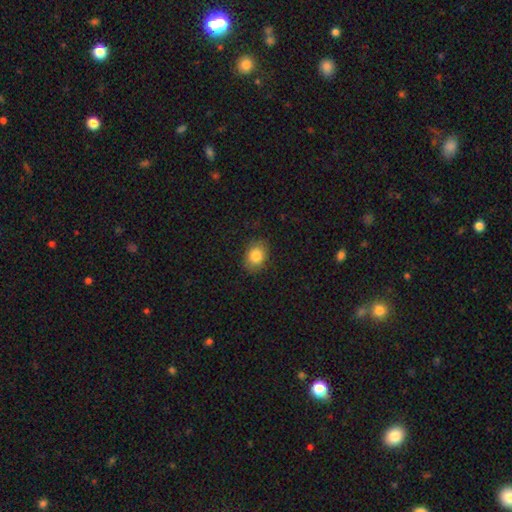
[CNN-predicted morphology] Smooth or featured?
  - smooth: 84% *
  - star or artifact: 8%
  - featured or disk: 8%
How rounded?
  - in between: 63% *
  - round: 36%
  - cigar-shaped: 1%
Merging?
  - none: 83% *
  - minor disturbance: 13%
  - major disturbance: 3%
  - merger: 1%